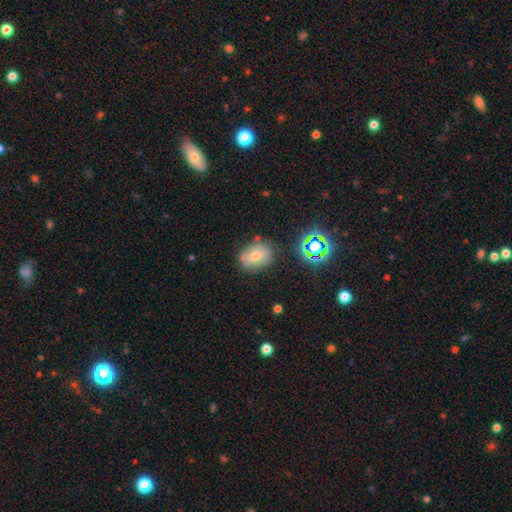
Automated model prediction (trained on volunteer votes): smooth-or-featured: smooth: 62% | featured or disk: 23% | star or artifact: 14%
  how-rounded: in between: 63% | round: 36% | cigar-shaped: 1%
  merging: none: 72% | minor disturbance: 19% | major disturbance: 5% | merger: 4%